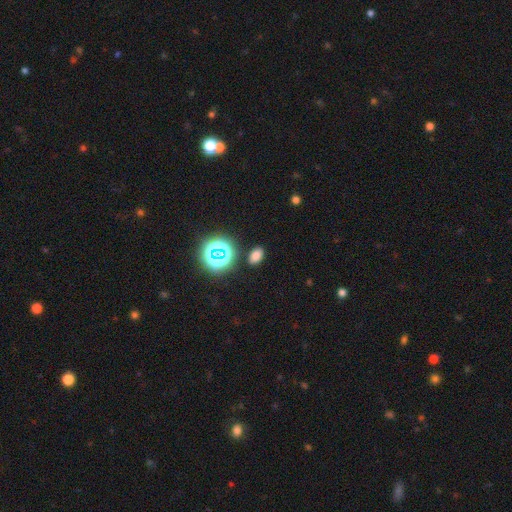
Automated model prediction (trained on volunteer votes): This is likely a smooth galaxy (71%). How rounded: clearly in between (84%). Merging: clearly none (86%).